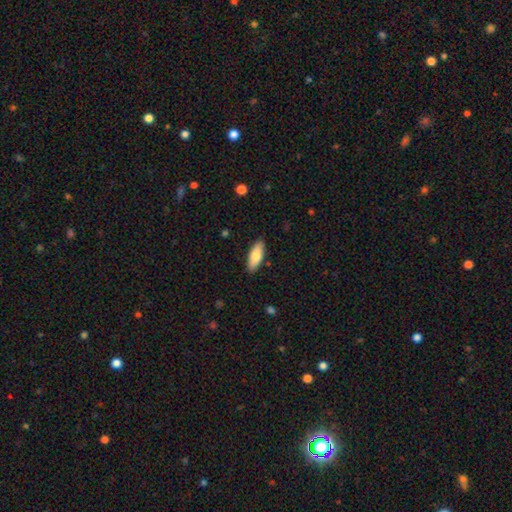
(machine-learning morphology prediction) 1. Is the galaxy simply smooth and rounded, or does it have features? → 78% smooth, 17% featured or disk, 6% star or artifact.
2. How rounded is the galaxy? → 69% in between, 29% cigar-shaped, 2% round.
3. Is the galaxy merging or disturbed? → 88% none, 9% minor disturbance, 2% major disturbance, 1% merger.